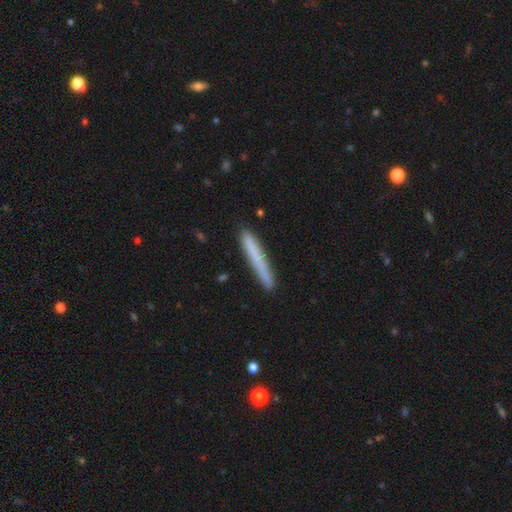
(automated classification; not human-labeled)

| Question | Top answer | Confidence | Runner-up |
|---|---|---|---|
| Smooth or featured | smooth | 73% | featured or disk (21%) |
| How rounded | cigar-shaped | 97% | in between (2%) |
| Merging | none | 89% | minor disturbance (8%) |